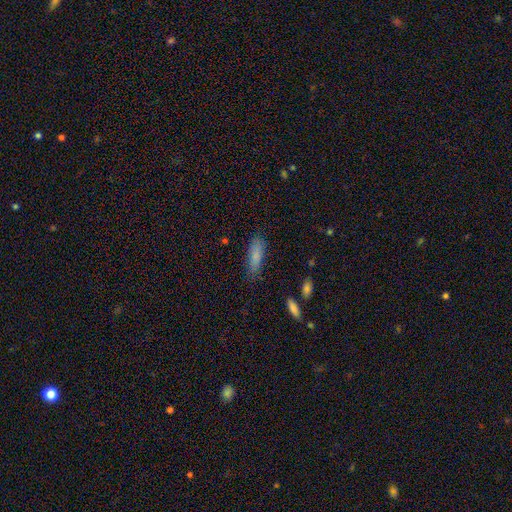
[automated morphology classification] A smooth galaxy with no disk features (81%) that is in between round and cigar-shaped (52%).

Vote fractions:
- Smooth or featured? smooth: 81% / featured or disk: 11% / star or artifact: 8%
- How rounded? in between: 52% / cigar-shaped: 46% / round: 2%
- Merging? none: 80% / minor disturbance: 15% / major disturbance: 3% / merger: 2%